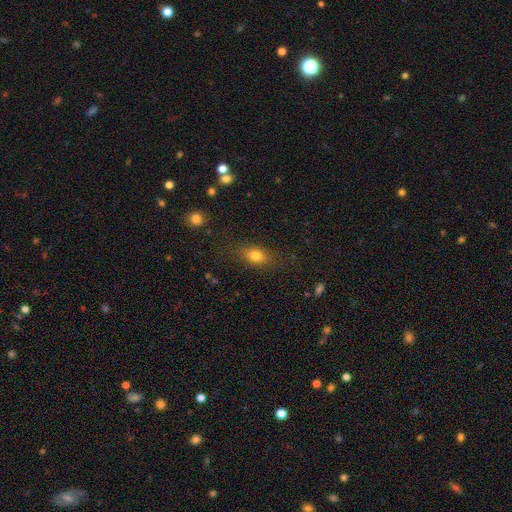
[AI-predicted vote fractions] smooth 77%, featured or disk 11%, star or artifact 11%. Down the decision tree: how rounded — in between (76%); merging — none (79%).